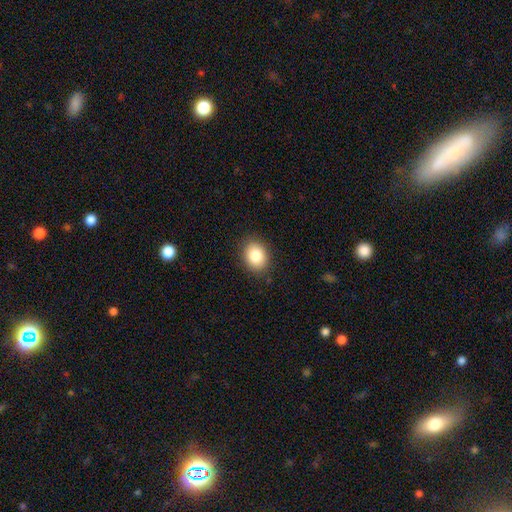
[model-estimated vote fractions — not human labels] A smooth galaxy with no disk features (83%) that is in between round and cigar-shaped (53%).

Vote fractions:
- Smooth or featured? smooth: 83% / star or artifact: 9% / featured or disk: 8%
- How rounded? in between: 53% / round: 47% / cigar-shaped: 1%
- Merging? none: 88% / minor disturbance: 9% / major disturbance: 2% / merger: 1%